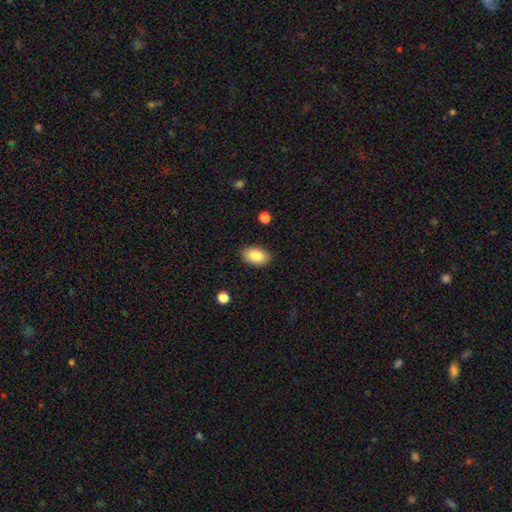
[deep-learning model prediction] Q: Smooth or featured?
A: smooth (86%); runner-up: star or artifact (7%)
Q: How rounded?
A: in between (88%); runner-up: round (10%)
Q: Merging?
A: none (87%); runner-up: minor disturbance (9%)